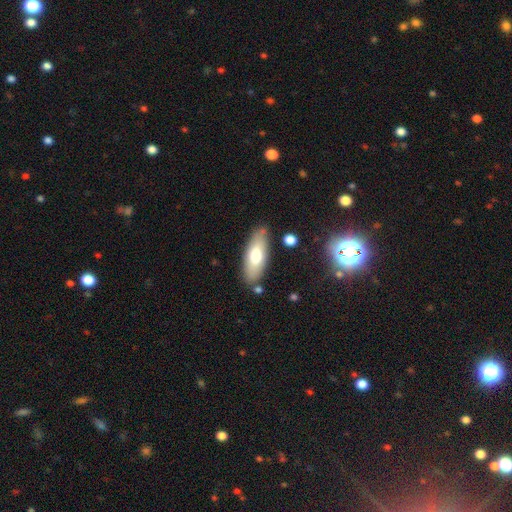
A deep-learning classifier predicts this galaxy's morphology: Q: Smooth or featured?
A: smooth (68%); runner-up: featured or disk (26%)
Q: How rounded?
A: in between (70%); runner-up: cigar-shaped (28%)
Q: Merging?
A: none (79%); runner-up: minor disturbance (13%)